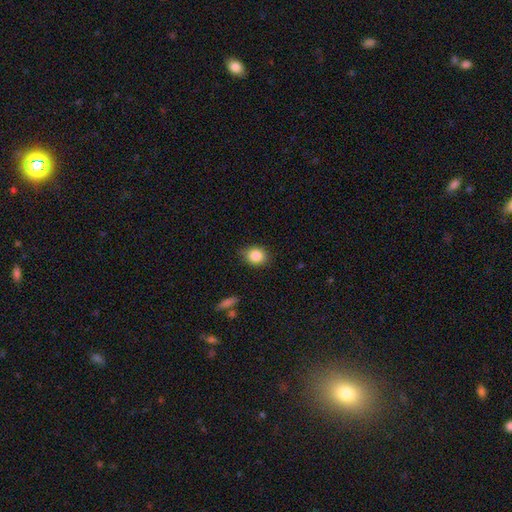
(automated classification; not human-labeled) smooth 85%, star or artifact 9%, featured or disk 5%. Down the decision tree: how rounded — round (60%); merging — none (80%).